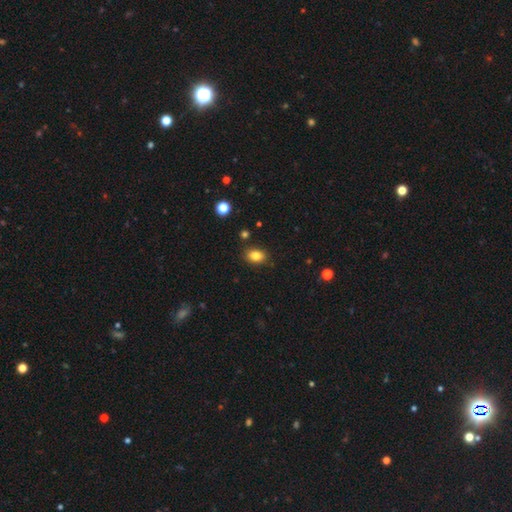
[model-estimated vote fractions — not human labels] The model was most divided on "how rounded": in between: 78%, round: 21%, cigar-shaped: 1%. More confident: merging — none (86%); smooth or featured — smooth (83%).